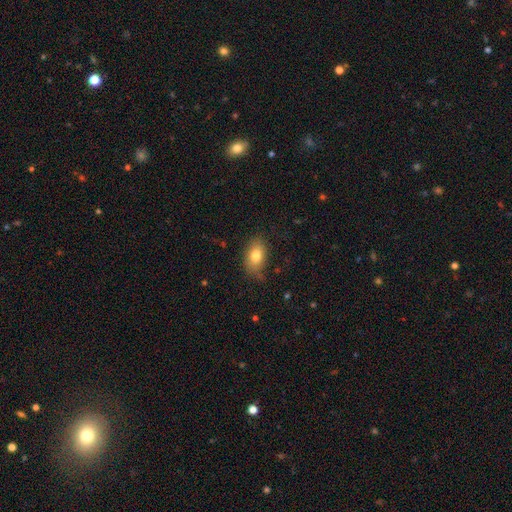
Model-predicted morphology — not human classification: The model was most divided on "merging": none: 69%, minor disturbance: 23%, major disturbance: 6%, merger: 2%. More confident: how rounded — in between (86%); smooth or featured — smooth (78%).